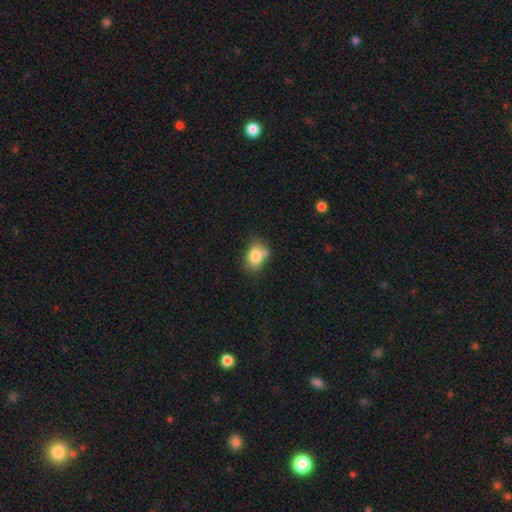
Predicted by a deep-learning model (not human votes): Smooth or featured? smooth (80%)
How rounded? in between (73%)
Merging? none (51%)